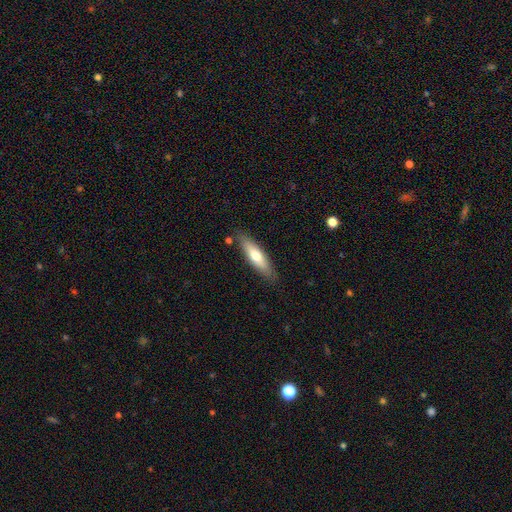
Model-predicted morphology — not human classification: Smooth or featured: smooth — 63% (featured or disk — 31%)
How rounded: cigar-shaped — 68% (in between — 31%)
Merging: none — 83% (minor disturbance — 12%)